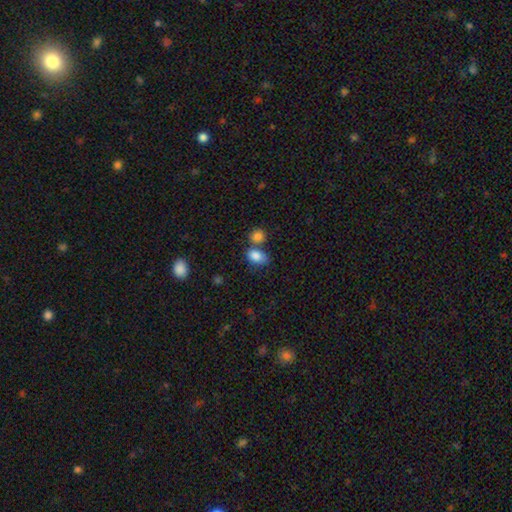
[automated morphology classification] Smooth or featured? Predicted: smooth (p=0.84). How rounded? Predicted: in between (p=0.76). Merging? Predicted: none (p=0.45).